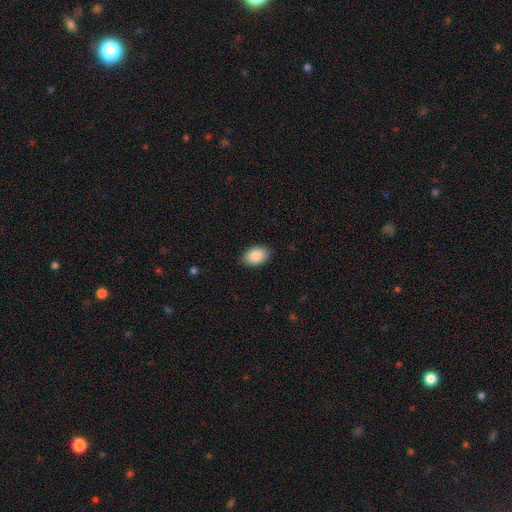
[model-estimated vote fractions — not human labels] The model was most divided on "merging": none: 88%, minor disturbance: 9%, major disturbance: 2%, merger: 1%. More confident: how rounded — in between (90%); smooth or featured — smooth (89%).